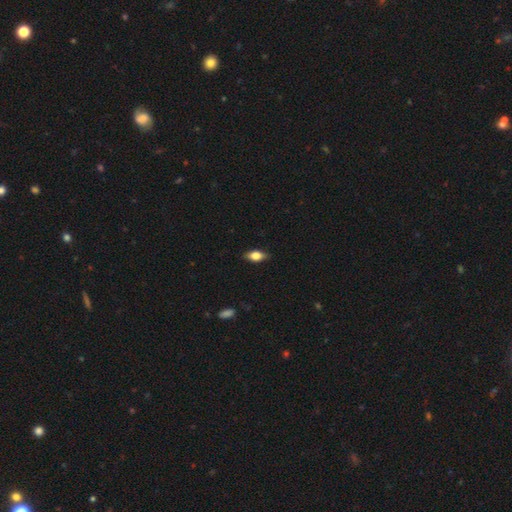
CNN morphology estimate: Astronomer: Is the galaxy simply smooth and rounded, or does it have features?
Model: smooth — 67%.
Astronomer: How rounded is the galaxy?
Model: in between — 83%.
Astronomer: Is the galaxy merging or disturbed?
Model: none — 85%.